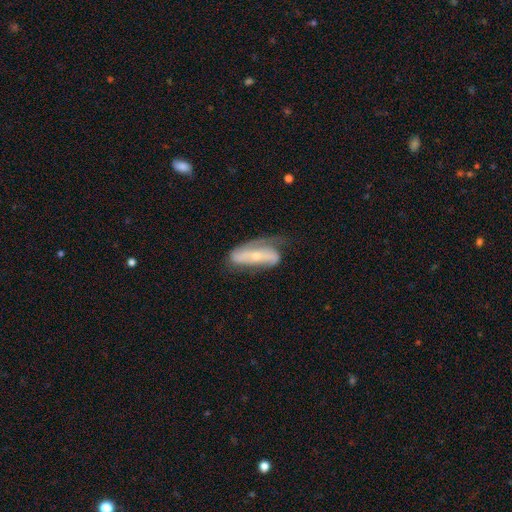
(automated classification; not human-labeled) Smooth or featured? featured or disk (74%)
Edge-on disk? no (86%)
Bar? strong (40%)
Spiral arms? yes (85%)
Spiral winding? loose (36%, tied with medium)
Spiral arm count? 2 (72%)
Bulge size? small (63%)
Merging? none (45%)